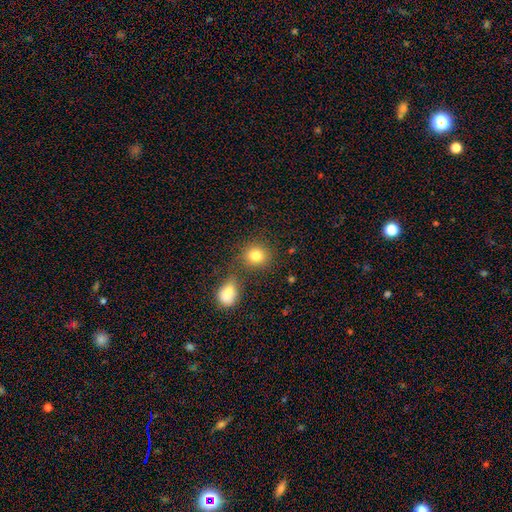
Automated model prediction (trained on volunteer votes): Smooth or featured: smooth — 81% (star or artifact — 12%)
How rounded: round — 82% (in between — 17%)
Merging: none — 73% (merger — 13%)